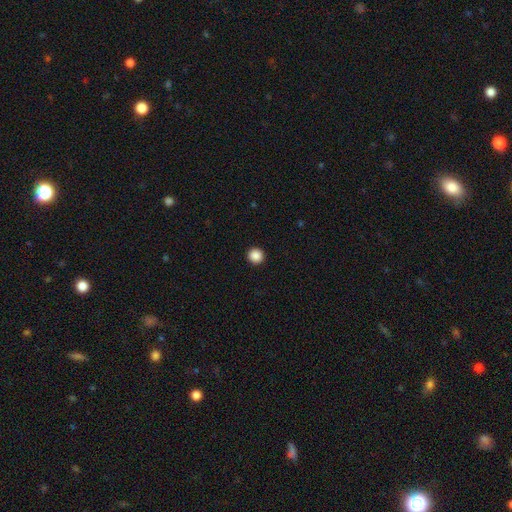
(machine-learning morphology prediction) A smooth galaxy with no disk features (88%) that is round (94%).

Vote fractions:
- Smooth or featured? smooth: 88% / star or artifact: 9% / featured or disk: 2%
- How rounded? round: 94% / in between: 5% / cigar-shaped: 1%
- Merging? none: 94% / minor disturbance: 4% / major disturbance: 1% / merger: 1%